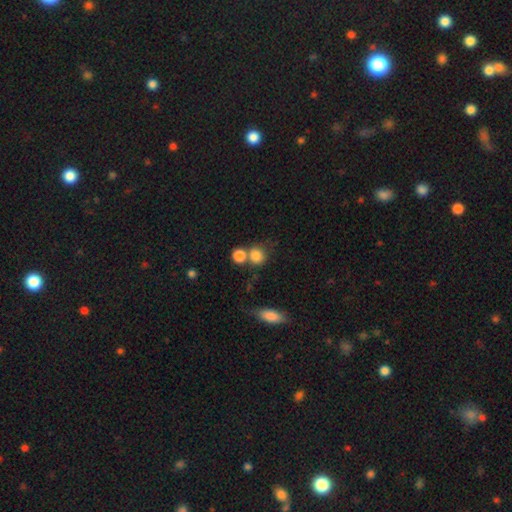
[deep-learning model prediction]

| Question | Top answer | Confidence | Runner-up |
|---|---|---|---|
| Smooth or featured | smooth | 83% | star or artifact (10%) |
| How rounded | round | 78% | in between (20%) |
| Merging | none | 49% | merger (37%) |